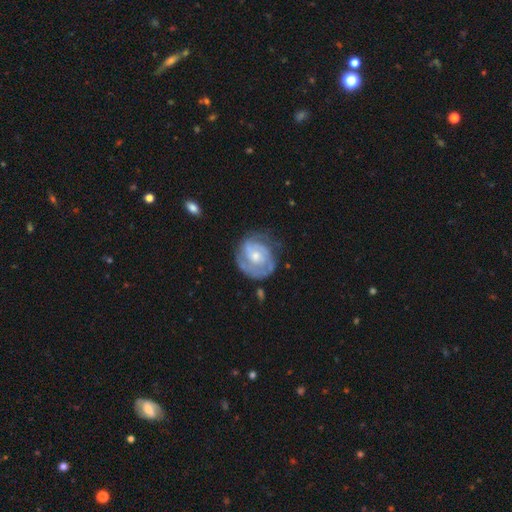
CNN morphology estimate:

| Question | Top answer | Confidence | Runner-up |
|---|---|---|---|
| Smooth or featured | featured or disk | 79% | smooth (16%) |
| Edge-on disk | no | 98% | yes (2%) |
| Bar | no | 67% | weak (28%) |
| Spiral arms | yes | 90% | no (10%) |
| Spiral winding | tight | 61% | medium (30%) |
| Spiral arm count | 2 | 40% | can't tell (29%) |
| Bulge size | moderate | 50% | small (41%) |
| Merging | none | 65% | minor disturbance (22%) |